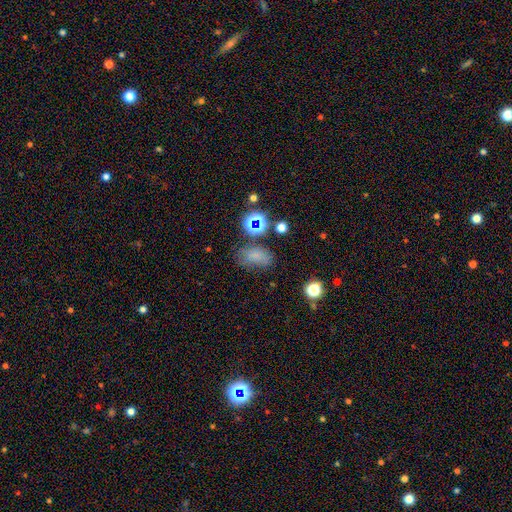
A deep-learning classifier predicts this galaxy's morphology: Overall: smooth (64%; star or artifact 24%). How rounded: in between (81%). Merging: none (57%; minor disturbance 23%).